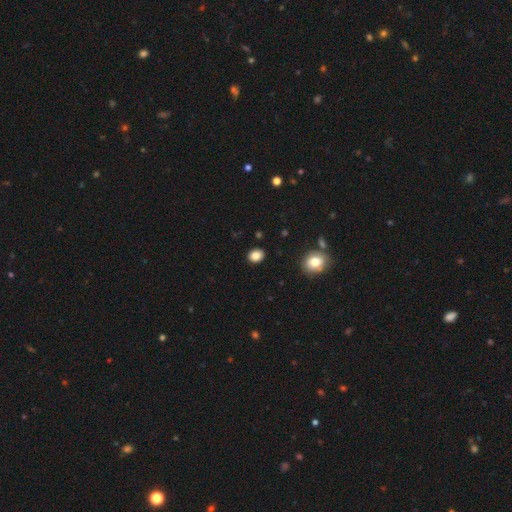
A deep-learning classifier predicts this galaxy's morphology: Q: Smooth or featured?
A: smooth (86%); runner-up: star or artifact (10%)
Q: How rounded?
A: round (52%); runner-up: in between (47%)
Q: Merging?
A: none (89%); runner-up: minor disturbance (7%)